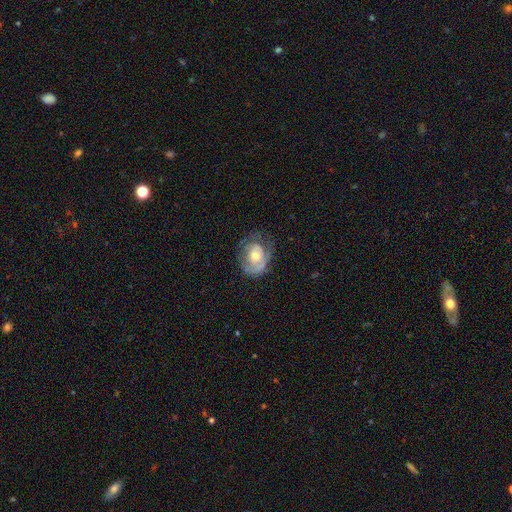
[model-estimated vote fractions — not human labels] smooth_or_featured: featured or disk (p=0.57) [alt: smooth p=0.36]
disk_edge_on: no (p=0.96) [alt: yes p=0.04]
bar: no (p=0.78) [alt: weak p=0.18]
has_spiral_arms: yes (p=0.60) [alt: no p=0.40]
bulge_size: moderate (p=0.62) [alt: small p=0.28]
merging: none (p=0.53) [alt: minor disturbance p=0.27]